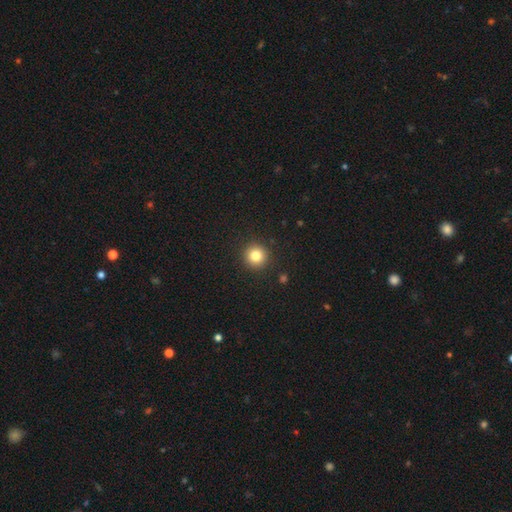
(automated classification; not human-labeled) The model was most divided on "smooth or featured": smooth: 82%, star or artifact: 12%, featured or disk: 7%. More confident: how rounded — round (95%); merging — none (92%).